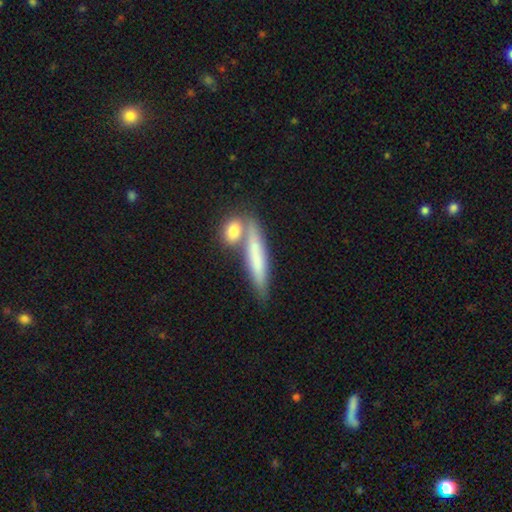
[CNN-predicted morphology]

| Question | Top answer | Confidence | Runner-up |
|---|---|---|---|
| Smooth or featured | smooth | 64% | featured or disk (29%) |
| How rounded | cigar-shaped | 80% | in between (16%) |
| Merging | none | 52% | merger (31%) |